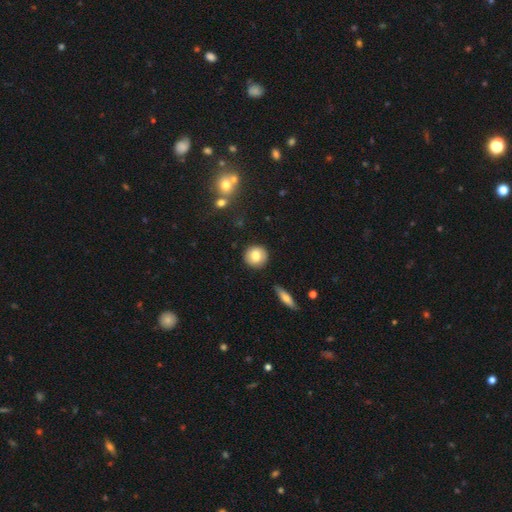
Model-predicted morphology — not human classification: A smooth galaxy with no disk features (80%) that is round (91%).

Vote fractions:
- Smooth or featured? smooth: 80% / featured or disk: 12% / star or artifact: 8%
- How rounded? round: 91% / in between: 7% / cigar-shaped: 1%
- Merging? none: 89% / minor disturbance: 7% / merger: 2% / major disturbance: 2%